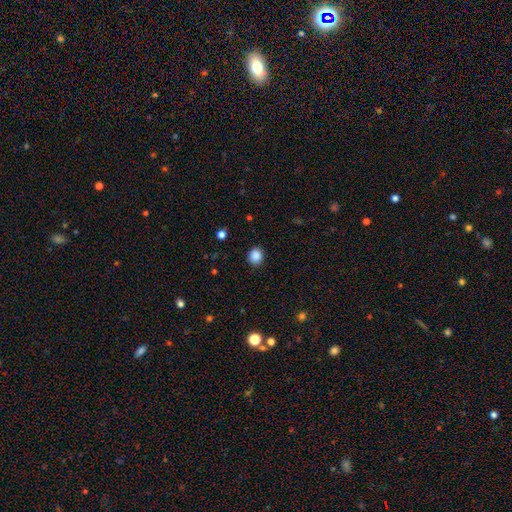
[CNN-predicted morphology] type=smooth (87%); roundness=round (75%); merging=none (88%).